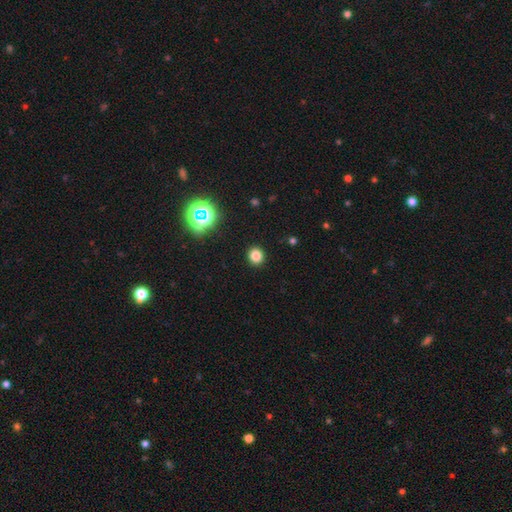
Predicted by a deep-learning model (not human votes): Q: Smooth or featured?
A: smooth (79%); runner-up: star or artifact (16%)
Q: How rounded?
A: round (82%); runner-up: in between (17%)
Q: Merging?
A: none (92%); runner-up: minor disturbance (5%)